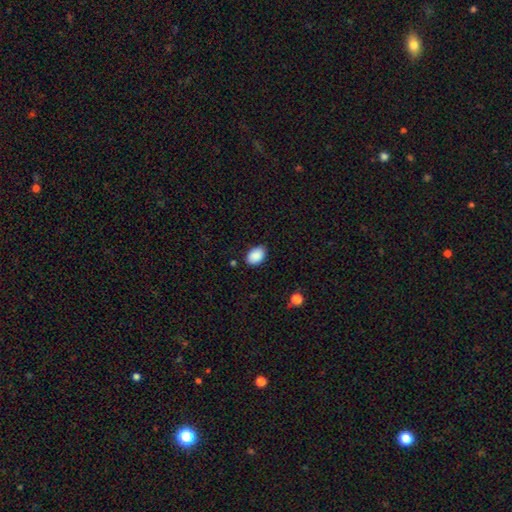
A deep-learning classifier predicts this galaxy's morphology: type=smooth (90%); roundness=in between (87%); merging=none (83%).